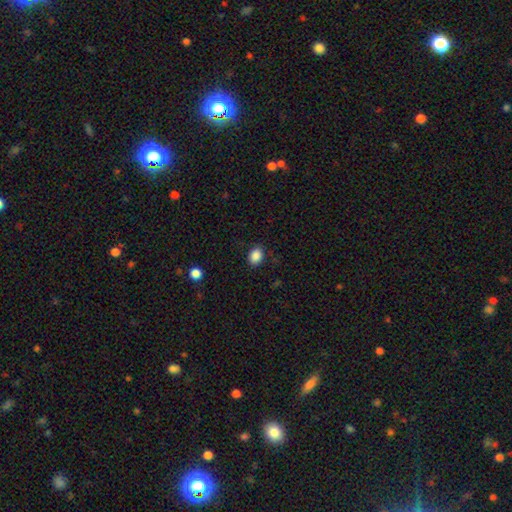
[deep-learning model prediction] This appears to be a smooth galaxy with no disk features (88%) that is in between round and cigar-shaped (62%). Merging: none (87%).